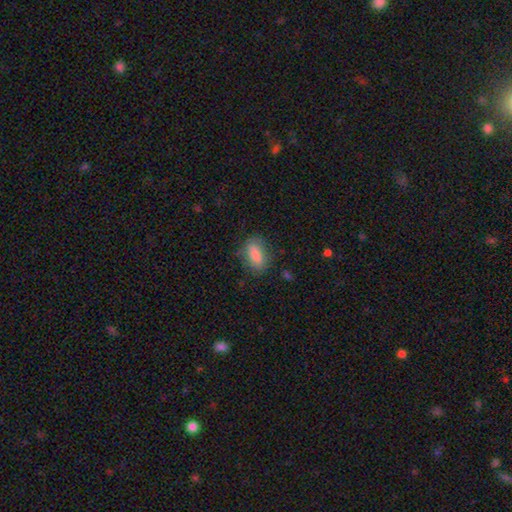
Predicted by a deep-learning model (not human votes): Smooth or featured: smooth — 85% (featured or disk — 8%)
How rounded: in between — 86% (cigar-shaped — 8%)
Merging: none — 75% (minor disturbance — 18%)